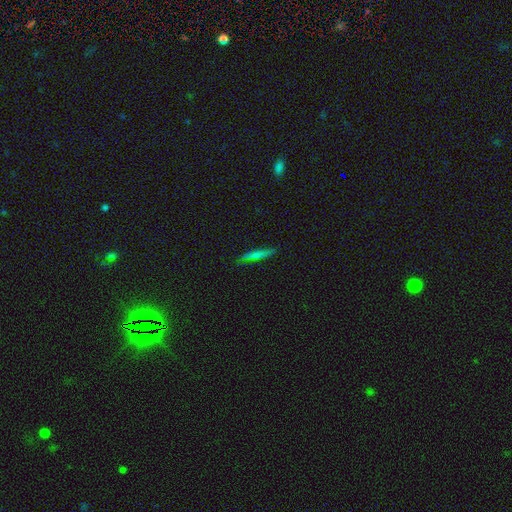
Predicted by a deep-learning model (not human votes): Smooth or featured? smooth (66%)
How rounded? cigar-shaped (93%)
Merging? none (85%)